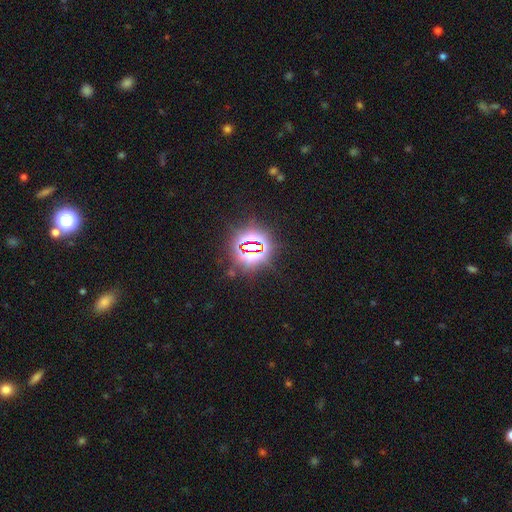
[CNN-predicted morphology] type=star or artifact (82%).